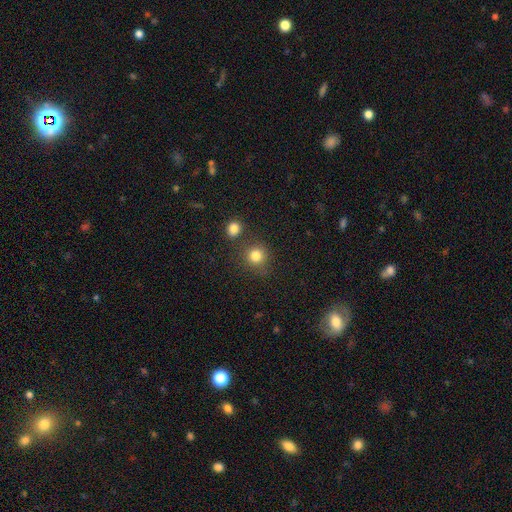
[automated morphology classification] Overall: smooth (82%). How rounded: round (88%). Merging: none (76%).